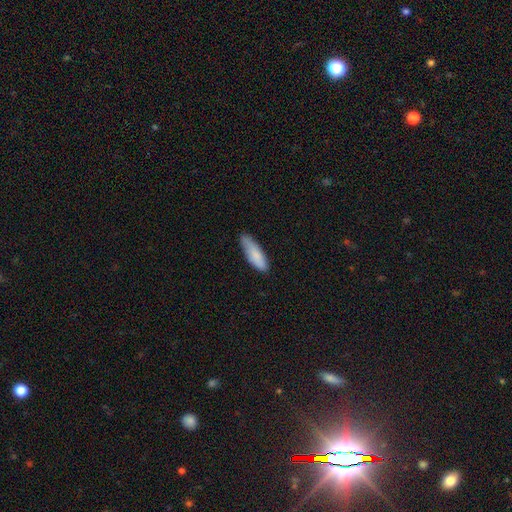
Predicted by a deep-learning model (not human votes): smooth-or-featured: smooth: 85% | featured or disk: 9% | star or artifact: 6%
  how-rounded: in between: 50% | cigar-shaped: 48% | round: 2%
  merging: none: 72% | minor disturbance: 23% | major disturbance: 4% | merger: 1%